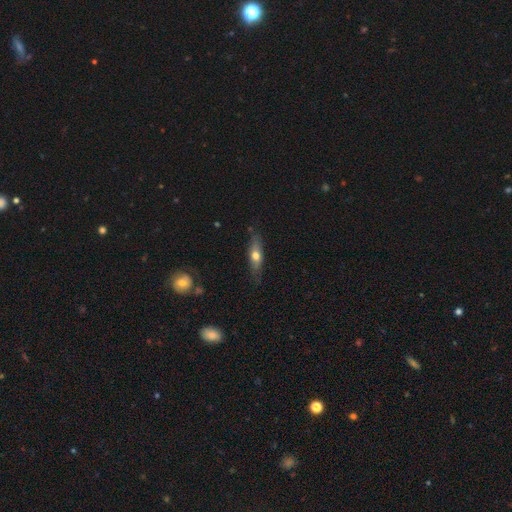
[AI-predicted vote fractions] This appears to be a smooth galaxy with no disk features (53%) that is cigar-shaped (53%). Merging: none (75%).